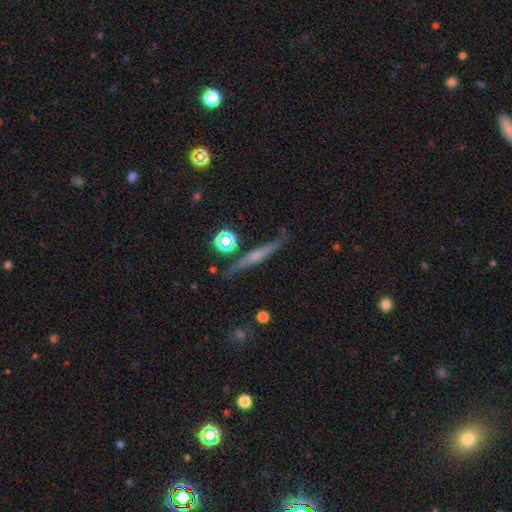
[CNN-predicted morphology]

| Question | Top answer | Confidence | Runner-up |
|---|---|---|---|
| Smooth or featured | featured or disk | 60% | smooth (30%) |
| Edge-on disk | yes | 93% | no (7%) |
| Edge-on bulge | rounded | 47% | none (40%) |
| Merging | none | 77% | minor disturbance (15%) |